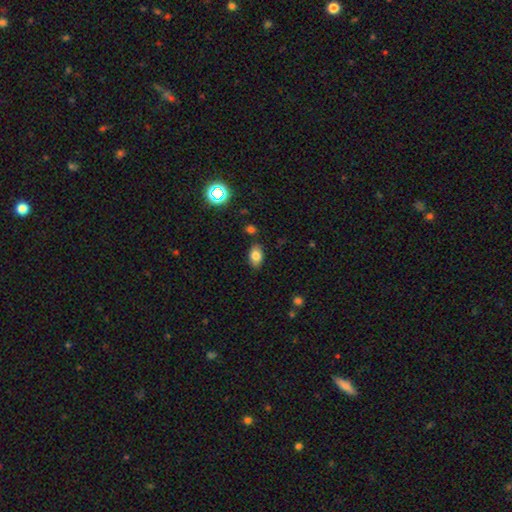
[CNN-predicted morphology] Q: Smooth or featured?
A: smooth (80%); runner-up: star or artifact (10%)
Q: How rounded?
A: in between (87%); runner-up: round (12%)
Q: Merging?
A: none (82%); runner-up: minor disturbance (12%)